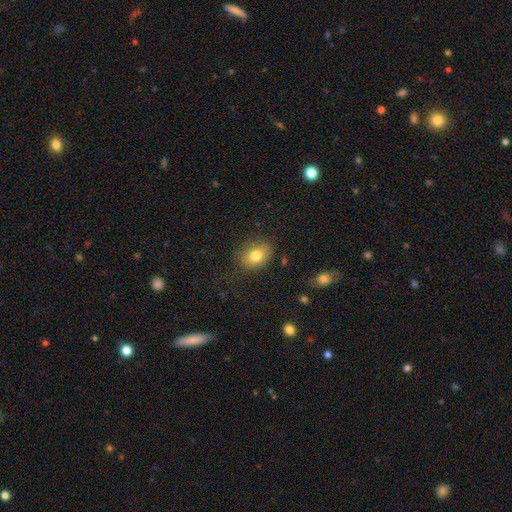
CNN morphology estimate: Q: Smooth or featured?
A: smooth (79%); runner-up: featured or disk (11%)
Q: How rounded?
A: in between (68%); runner-up: round (31%)
Q: Merging?
A: none (77%); runner-up: minor disturbance (17%)